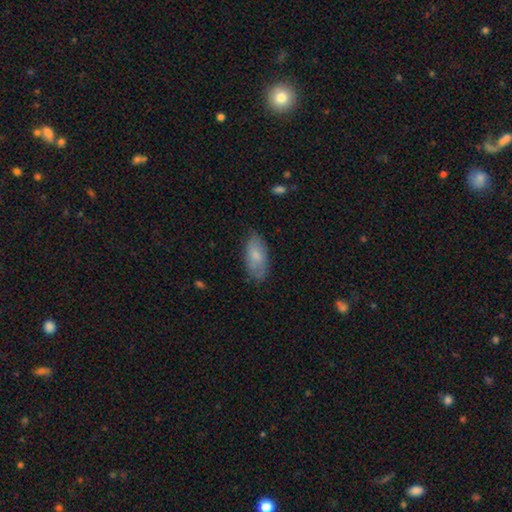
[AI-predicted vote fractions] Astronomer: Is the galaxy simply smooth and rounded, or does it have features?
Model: smooth — 73%.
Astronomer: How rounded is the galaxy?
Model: in between — 89%.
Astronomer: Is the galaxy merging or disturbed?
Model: none — 71%.